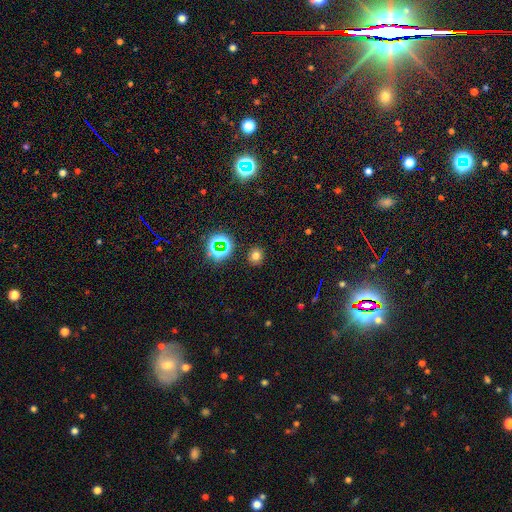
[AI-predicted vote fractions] Smooth or featured?
  - smooth: 69% *
  - star or artifact: 24%
  - featured or disk: 8%
How rounded?
  - round: 82% *
  - in between: 17%
  - cigar-shaped: 1%
Merging?
  - none: 89% *
  - minor disturbance: 7%
  - major disturbance: 3%
  - merger: 2%